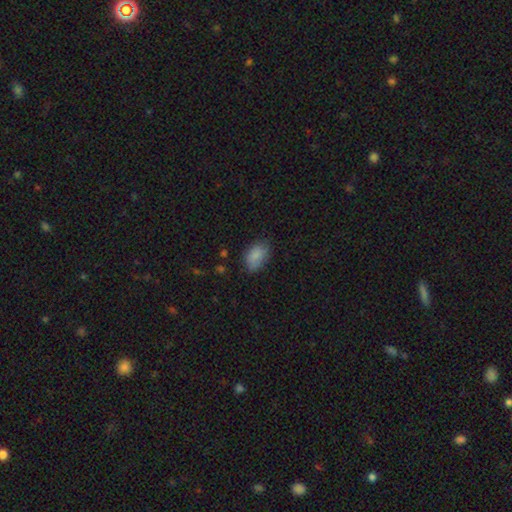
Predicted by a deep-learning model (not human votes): smooth 86%, star or artifact 8%, featured or disk 6%. Down the decision tree: how rounded — in between (89%); merging — none (72%).